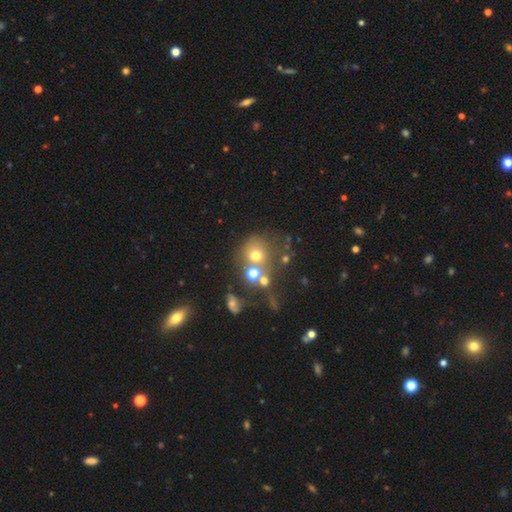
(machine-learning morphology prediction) Smooth or featured?
  - smooth: 62% *
  - star or artifact: 21%
  - featured or disk: 17%
How rounded?
  - round: 83% *
  - in between: 16%
  - cigar-shaped: 1%
Merging?
  - none: 48% *
  - merger: 31%
  - minor disturbance: 12%
  - major disturbance: 9%